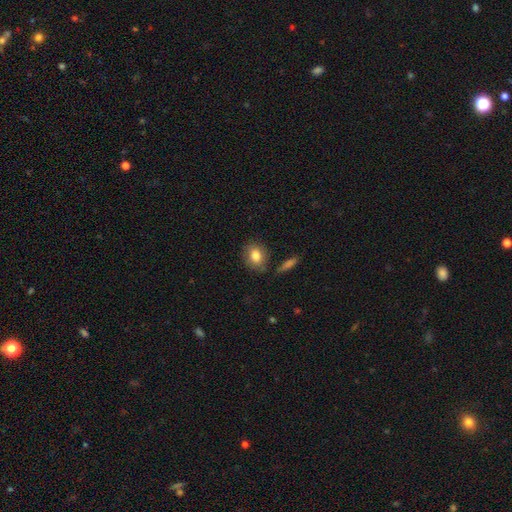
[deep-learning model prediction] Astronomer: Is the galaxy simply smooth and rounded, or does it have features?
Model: smooth — 81%.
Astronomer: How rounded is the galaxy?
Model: in between — 50% (runner-up: round, 48%).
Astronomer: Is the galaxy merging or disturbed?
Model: none — 79%.